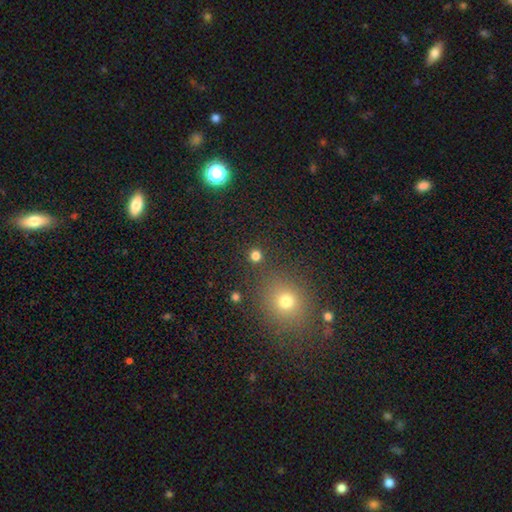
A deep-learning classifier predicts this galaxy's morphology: Smooth or featured?
  - smooth: 77% *
  - star or artifact: 18%
  - featured or disk: 4%
How rounded?
  - round: 92% *
  - in between: 7%
  - cigar-shaped: 1%
Merging?
  - none: 87% *
  - minor disturbance: 6%
  - merger: 5%
  - major disturbance: 3%